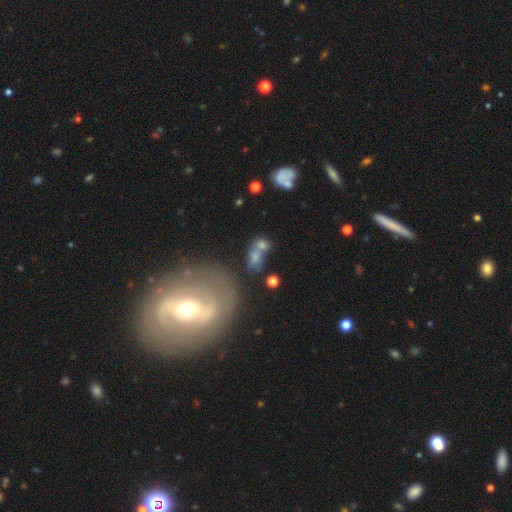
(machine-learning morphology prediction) The model was most divided on "merging": merger: 51%, none: 29%, minor disturbance: 11%, major disturbance: 9%. More confident: how rounded — in between (64%); smooth or featured — smooth (63%).